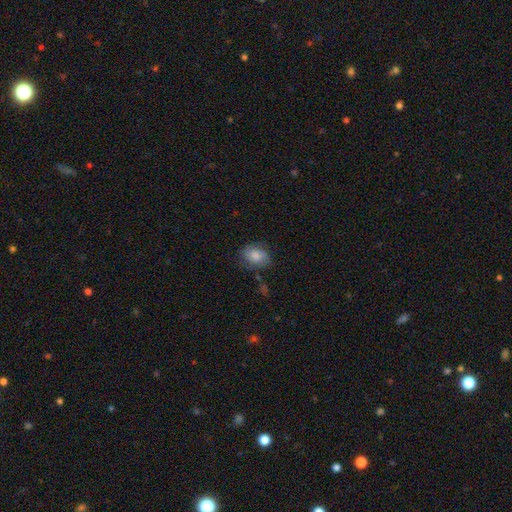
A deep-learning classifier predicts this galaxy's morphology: Smooth or featured?
  - smooth: 75% *
  - featured or disk: 17%
  - star or artifact: 8%
How rounded?
  - in between: 67% *
  - round: 32%
  - cigar-shaped: 1%
Merging?
  - none: 65% *
  - minor disturbance: 24%
  - major disturbance: 8%
  - merger: 2%